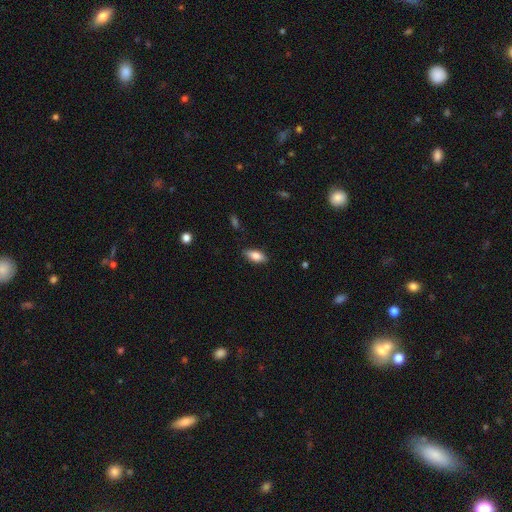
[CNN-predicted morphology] smooth 79%, featured or disk 15%, star or artifact 7%. Down the decision tree: how rounded — in between (84%); merging — none (83%).